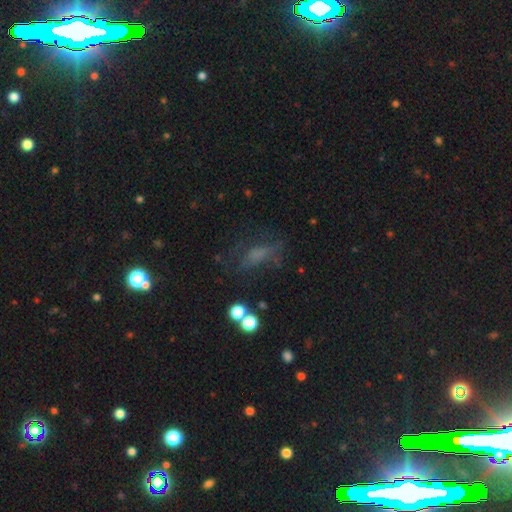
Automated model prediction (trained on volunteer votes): Smooth or featured? smooth (43%)
Merging? none (54%)